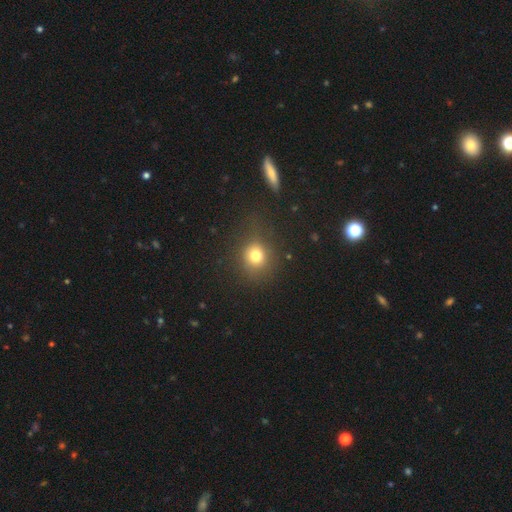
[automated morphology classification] Smooth or featured? Predicted: smooth (p=0.76). How rounded? Predicted: round (p=0.80). Merging? Predicted: none (p=0.73).